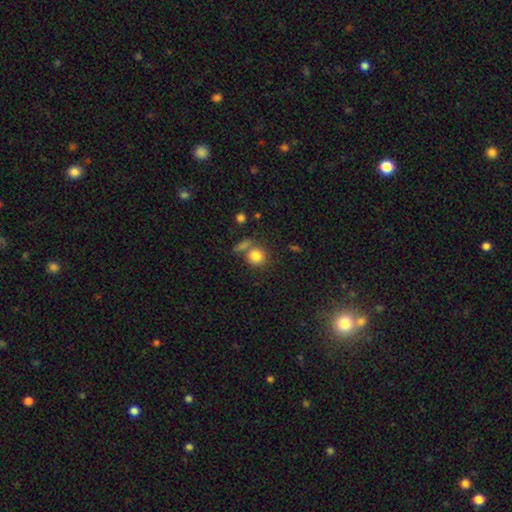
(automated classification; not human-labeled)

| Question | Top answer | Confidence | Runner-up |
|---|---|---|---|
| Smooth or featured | smooth | 83% | star or artifact (10%) |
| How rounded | round | 84% | in between (15%) |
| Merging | none | 60% | merger (23%) |